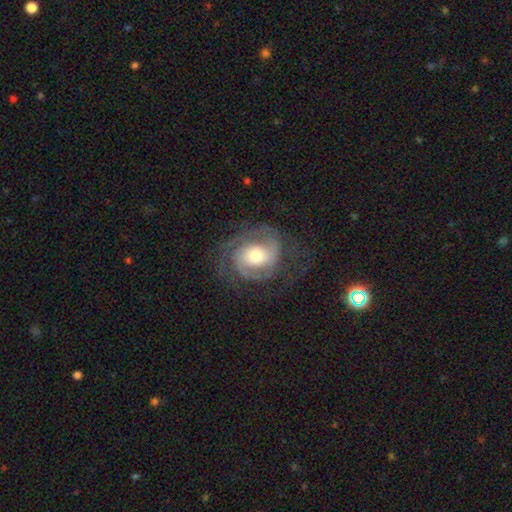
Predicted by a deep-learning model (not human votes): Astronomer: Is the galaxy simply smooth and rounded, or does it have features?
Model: featured or disk — 83%.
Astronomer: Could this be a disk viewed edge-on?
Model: no — 97%.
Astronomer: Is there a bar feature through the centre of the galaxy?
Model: no — 61%.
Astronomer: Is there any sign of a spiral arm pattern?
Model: yes — 95%.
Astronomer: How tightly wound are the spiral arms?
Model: tight — 52% (runner-up: medium, 38%).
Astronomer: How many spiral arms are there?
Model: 2 — 55%.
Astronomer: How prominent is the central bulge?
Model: moderate — 61%.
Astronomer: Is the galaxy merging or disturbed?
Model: none — 67%.